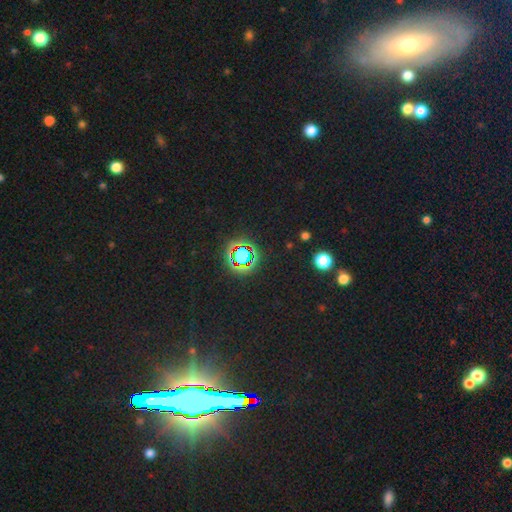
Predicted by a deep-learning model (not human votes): Smooth or featured?
  - star or artifact: 82% *
  - smooth: 9%
  - featured or disk: 8%